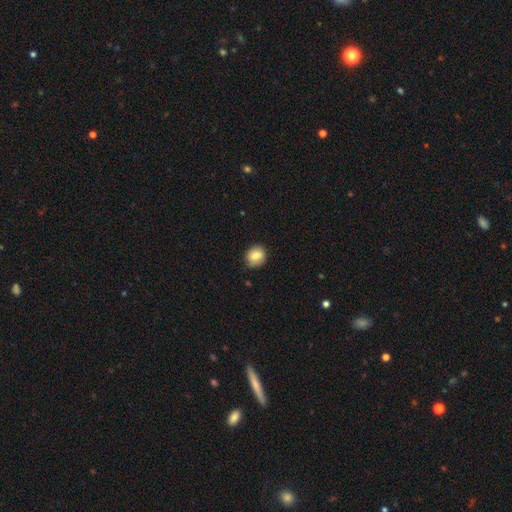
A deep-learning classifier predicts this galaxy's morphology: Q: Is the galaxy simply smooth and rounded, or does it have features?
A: smooth — 81%.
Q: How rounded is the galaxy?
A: round — 64%.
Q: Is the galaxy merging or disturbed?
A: none — 80%.